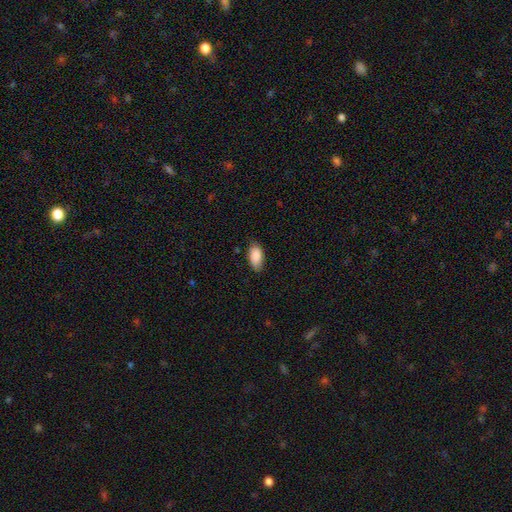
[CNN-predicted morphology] This is clearly a smooth galaxy (89%). How rounded: clearly in between (93%). Merging: likely none (75%).